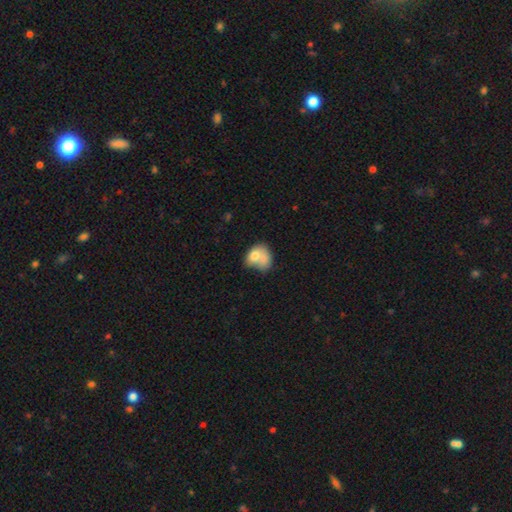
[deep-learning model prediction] This is likely a smooth galaxy (69%). How rounded: possibly in between (55%). Merging: likely merger (61%).